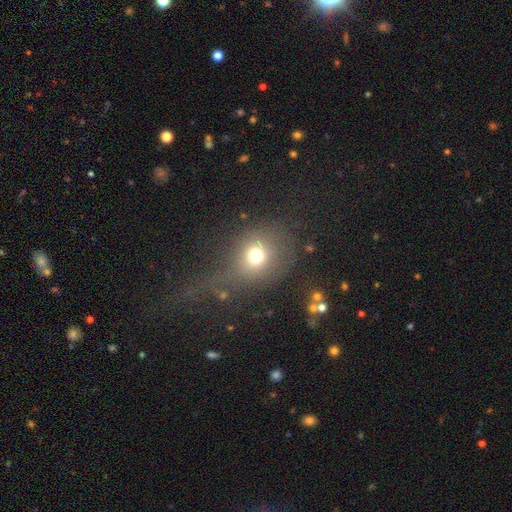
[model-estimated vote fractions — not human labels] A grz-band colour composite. It shows a smooth galaxy with no disk features (69%) that is round (73%). Merging: none (47%).